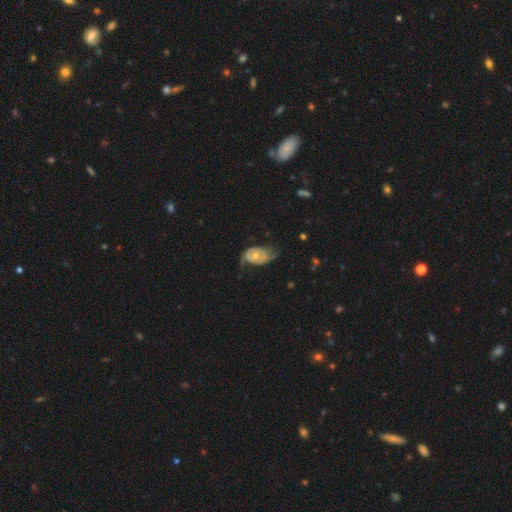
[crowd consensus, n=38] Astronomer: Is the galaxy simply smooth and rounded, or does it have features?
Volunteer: featured or disk — 55% (runner-up: smooth, 37%).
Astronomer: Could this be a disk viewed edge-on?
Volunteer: no — 90%.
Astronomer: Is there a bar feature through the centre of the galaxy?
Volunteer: no — 89%.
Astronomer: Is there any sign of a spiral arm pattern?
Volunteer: yes — 63%.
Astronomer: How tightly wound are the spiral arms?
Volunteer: tight — 33%, tied with medium and loose at 33%.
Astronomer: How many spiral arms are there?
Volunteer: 3 — 33%, tied with can't tell at 33%.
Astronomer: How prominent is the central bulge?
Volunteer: moderate — 84%.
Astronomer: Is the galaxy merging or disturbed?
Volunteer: major disturbance — 49% (runner-up: minor disturbance, 40%).